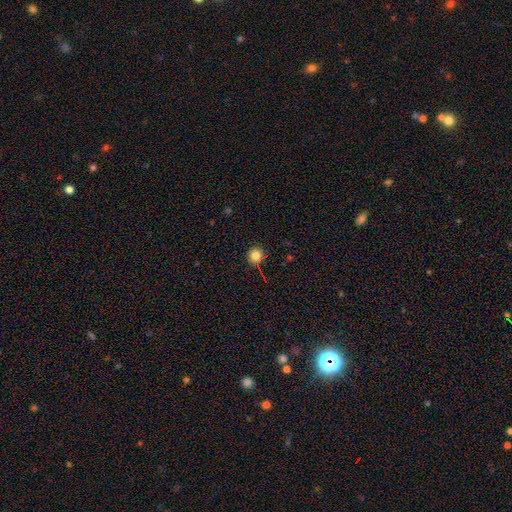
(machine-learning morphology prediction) type=smooth (78%); roundness=round (92%); merging=none (86%).